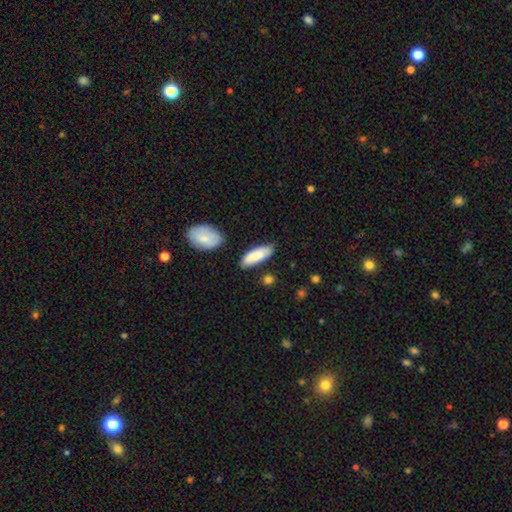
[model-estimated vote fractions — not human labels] smooth_or_featured: smooth (p=0.83) [alt: featured or disk p=0.12]
how_rounded: in between (p=0.61) [alt: cigar-shaped p=0.38]
merging: none (p=0.75) [alt: minor disturbance p=0.17]